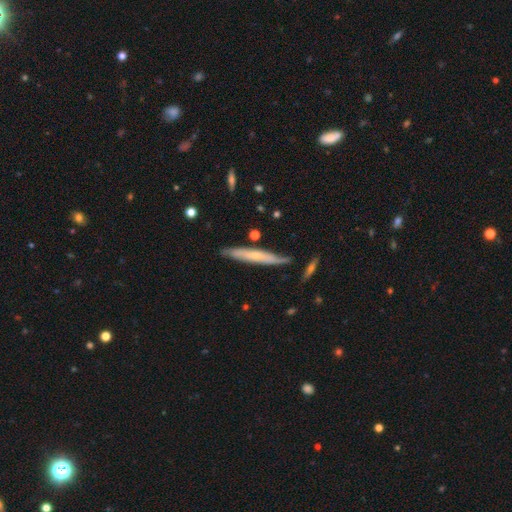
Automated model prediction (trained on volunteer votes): The model was most divided on "smooth or featured": featured or disk: 50%, smooth: 44%, star or artifact: 6%. More confident: edge-on disk — yes (85%); merging — none (77%).